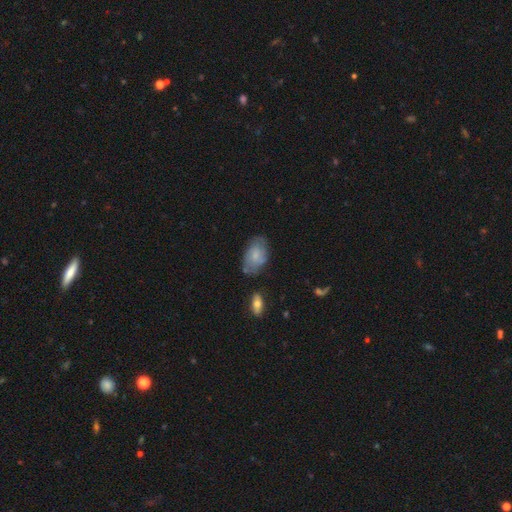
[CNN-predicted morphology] This is possibly a smooth galaxy (59%). How rounded: clearly in between (88%). Merging: likely none (62%).